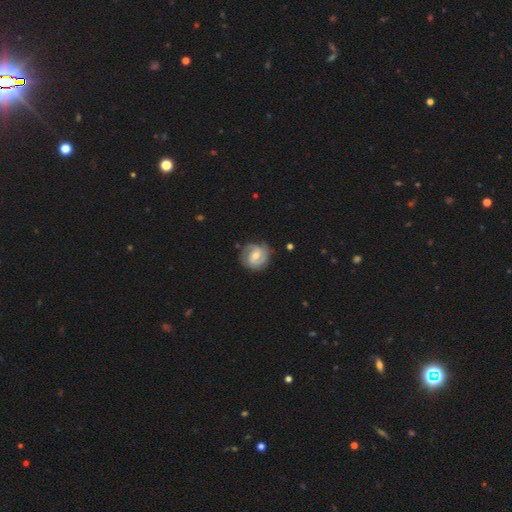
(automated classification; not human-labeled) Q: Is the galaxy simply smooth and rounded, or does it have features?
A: featured or disk — 82%.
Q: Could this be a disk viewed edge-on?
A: no — 98%.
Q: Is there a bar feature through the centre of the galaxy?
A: weak — 50%.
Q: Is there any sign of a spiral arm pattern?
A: yes — 95%.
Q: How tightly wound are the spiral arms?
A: tight — 50%.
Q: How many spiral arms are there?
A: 2 — 73%.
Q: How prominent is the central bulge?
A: moderate — 57%.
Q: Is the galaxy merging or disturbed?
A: none — 78%.